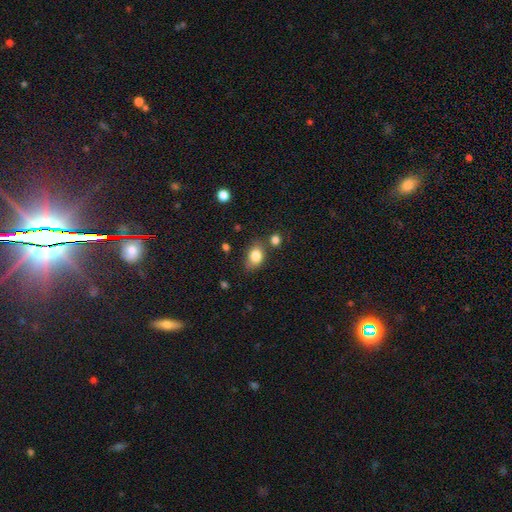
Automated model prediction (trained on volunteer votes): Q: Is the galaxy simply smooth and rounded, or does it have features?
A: smooth — 83%.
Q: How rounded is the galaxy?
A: in between — 73%.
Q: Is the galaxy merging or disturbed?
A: none — 69%.